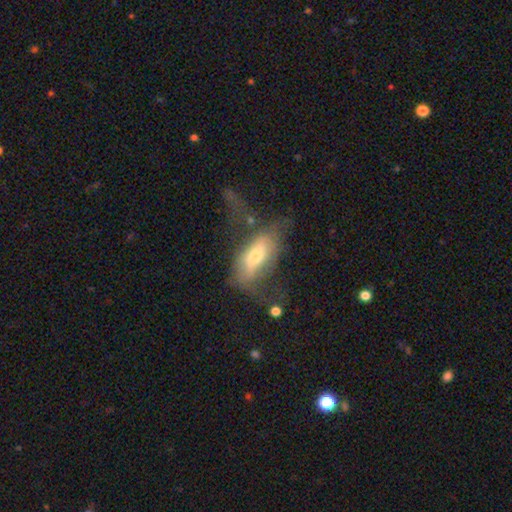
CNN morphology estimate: Q: Smooth or featured?
A: smooth (51%); runner-up: featured or disk (41%)
Q: How rounded?
A: in between (76%); runner-up: cigar-shaped (21%)
Q: Merging?
A: major disturbance (38%); runner-up: none (32%)